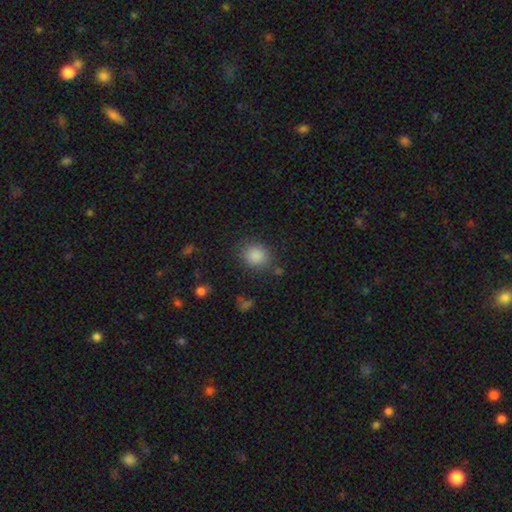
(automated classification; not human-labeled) Overall: smooth (86%). How rounded: round (64%; in between 35%). Merging: none (79%).